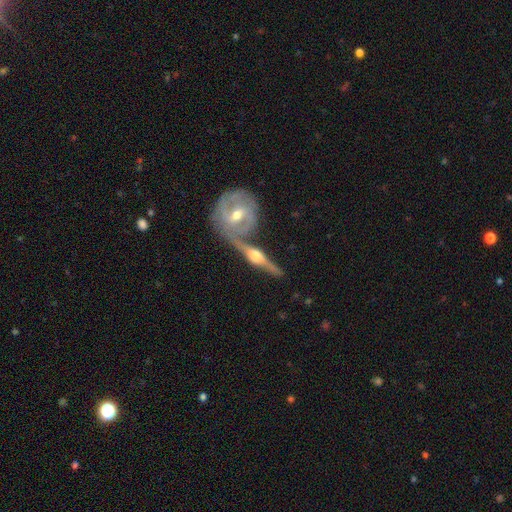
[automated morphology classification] smooth_or_featured: featured or disk (p=0.84) [alt: smooth p=0.11]
disk_edge_on: yes (p=0.87) [alt: no p=0.13]
edge_on_bulge: rounded (p=0.92) [alt: boxy p=0.05]
merging: none (p=0.53) [alt: merger p=0.30]